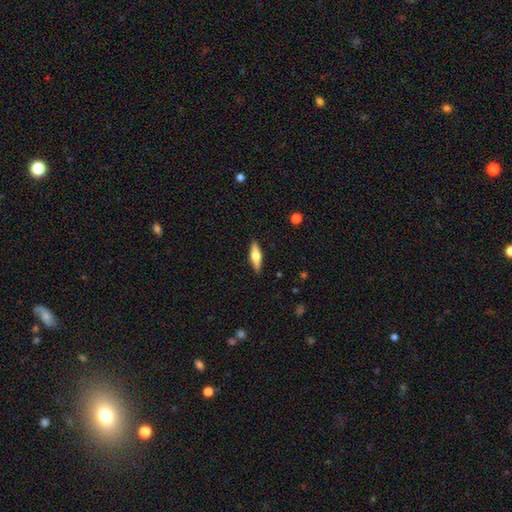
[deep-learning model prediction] smooth_or_featured: smooth (p=0.49) [alt: featured or disk p=0.45]
merging: none (p=0.89) [alt: minor disturbance p=0.08]